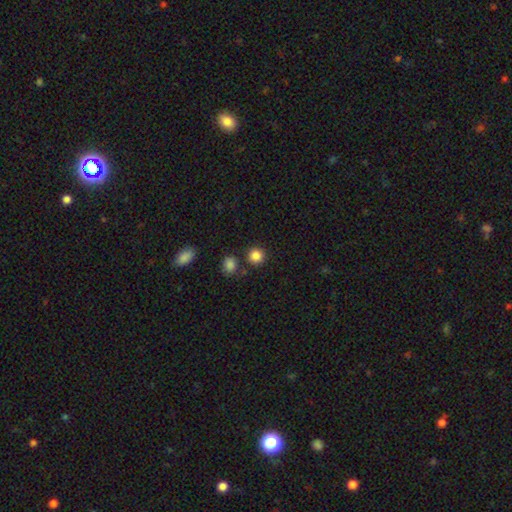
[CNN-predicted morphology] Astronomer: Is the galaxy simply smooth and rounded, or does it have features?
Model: smooth — 85%.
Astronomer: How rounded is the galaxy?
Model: round — 93%.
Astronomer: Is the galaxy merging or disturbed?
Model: none — 84%.